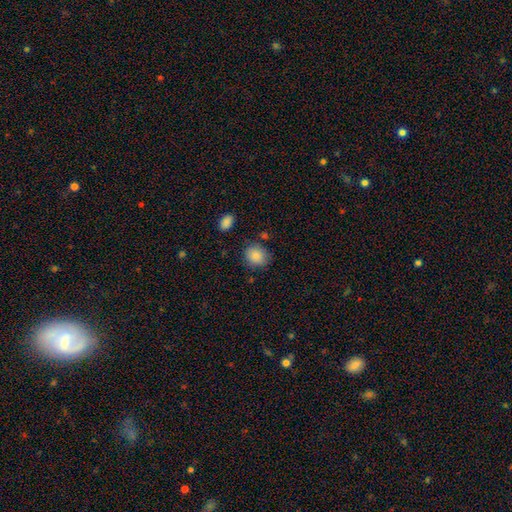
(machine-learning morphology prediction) Overall: smooth (87%). How rounded: round (73%). Merging: none (80%).